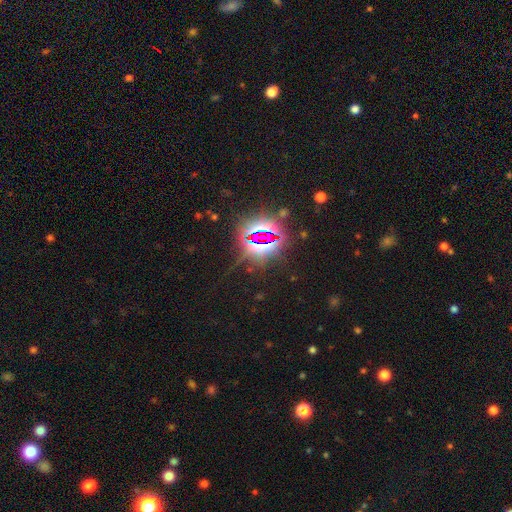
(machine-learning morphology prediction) The model was most divided on "smooth or featured": star or artifact: 82%, smooth: 10%, featured or disk: 7%.